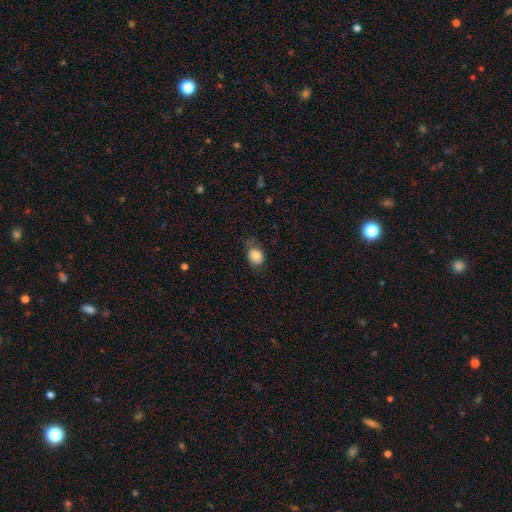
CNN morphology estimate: A smooth galaxy with no disk features (83%) that is round (54%).

Vote fractions:
- Smooth or featured? smooth: 83% / star or artifact: 9% / featured or disk: 8%
- How rounded? round: 54% / in between: 45% / cigar-shaped: 1%
- Merging? none: 56% / minor disturbance: 31% / major disturbance: 11% / merger: 2%